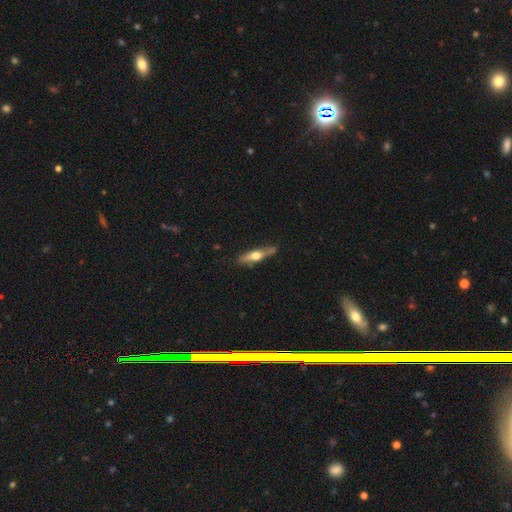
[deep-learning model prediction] featured or disk 55%, smooth 40%, star or artifact 5%. Down the decision tree: edge-on disk — yes (91%); merging — none (80%).